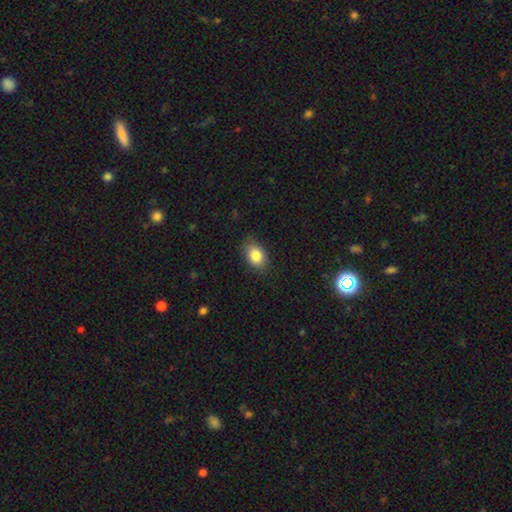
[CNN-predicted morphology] smooth-or-featured: smooth: 85% | star or artifact: 8% | featured or disk: 7%
  how-rounded: in between: 82% | round: 16% | cigar-shaped: 1%
  merging: none: 81% | minor disturbance: 15% | major disturbance: 3% | merger: 1%